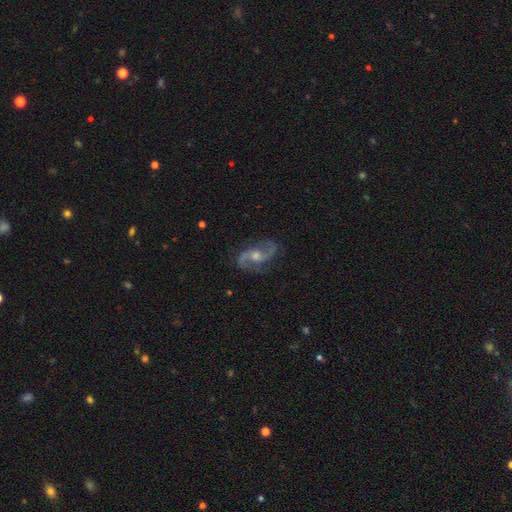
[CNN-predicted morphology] A featured or disk galaxy (90%) with no bar (51%), 2 (93%) medium (51%) spiral arms (98%) and a moderate central bulge (63%). Merging: none (83%).